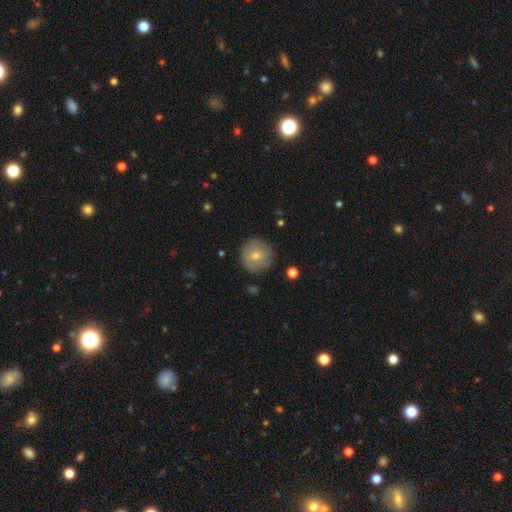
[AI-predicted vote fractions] The model was most divided on "smooth or featured": smooth: 63%, featured or disk: 29%, star or artifact: 8%. More confident: how rounded — round (94%); merging — none (83%).